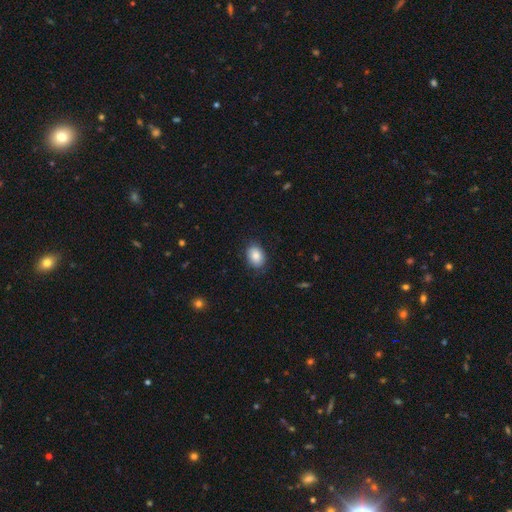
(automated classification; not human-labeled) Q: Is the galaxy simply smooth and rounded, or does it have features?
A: smooth — 85%.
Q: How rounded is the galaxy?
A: in between — 74%.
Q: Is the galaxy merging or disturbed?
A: none — 84%.